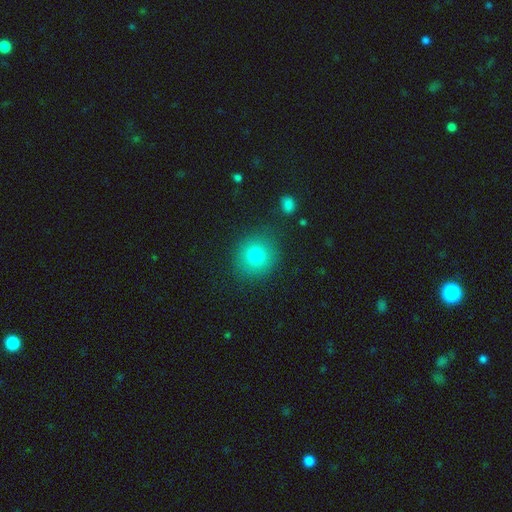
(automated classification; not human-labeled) Morphology: type=smooth (77%); roundness=round (86%); merging=none (84%).